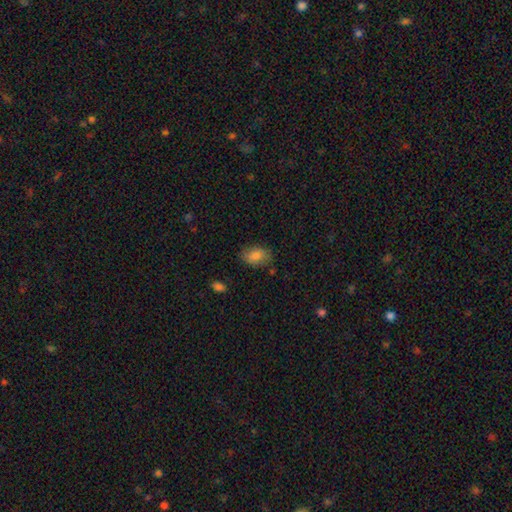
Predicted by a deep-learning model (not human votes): smooth 82%, featured or disk 10%, star or artifact 8%. Down the decision tree: how rounded — in between (85%); merging — none (76%).